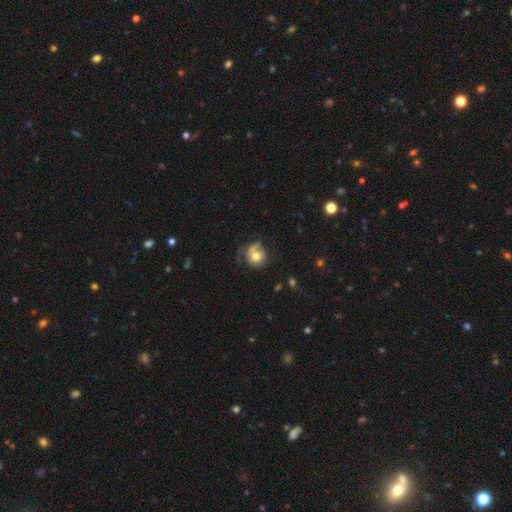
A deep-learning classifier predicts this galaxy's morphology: smooth_or_featured: smooth (p=0.64) [alt: featured or disk p=0.27]
how_rounded: round (p=0.83) [alt: in between p=0.16]
merging: none (p=0.45) [alt: major disturbance p=0.22]